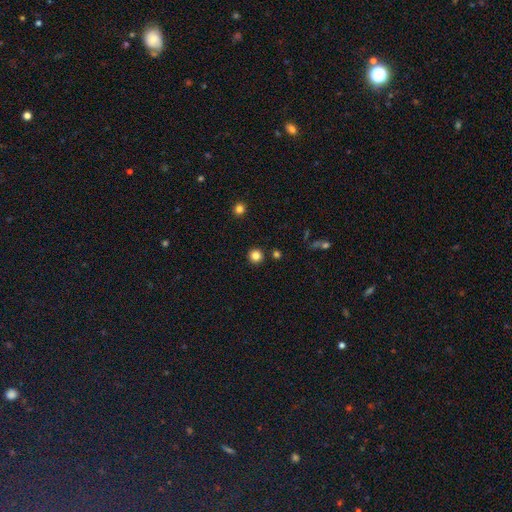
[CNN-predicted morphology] This is clearly a smooth galaxy (83%). How rounded: clearly round (95%). Merging: clearly none (91%).